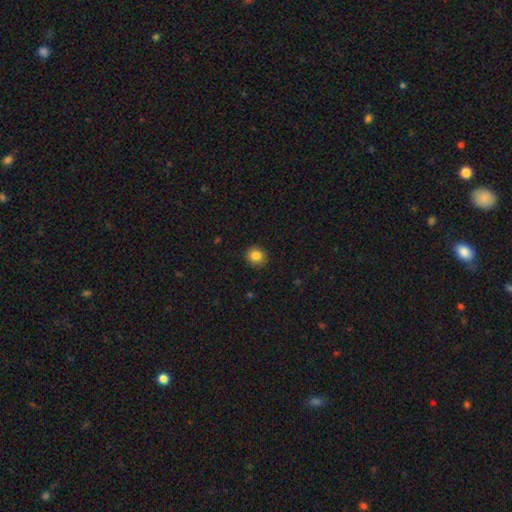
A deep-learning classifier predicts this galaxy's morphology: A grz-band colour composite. It shows a smooth galaxy with no disk features (84%) that is round (84%). Merging: none (90%).